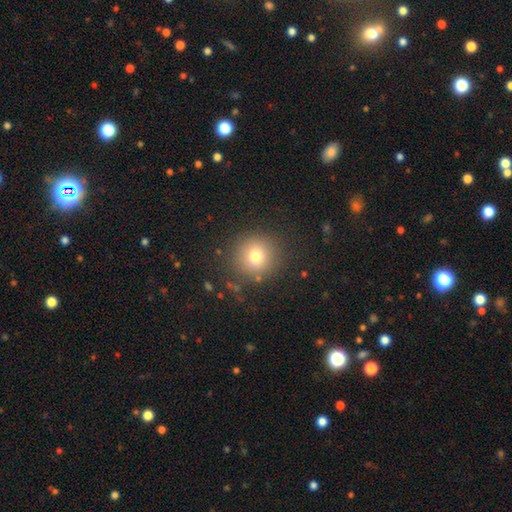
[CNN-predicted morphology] Smooth or featured? Predicted: smooth (p=0.76). How rounded? Predicted: round (p=0.93). Merging? Predicted: none (p=0.87).